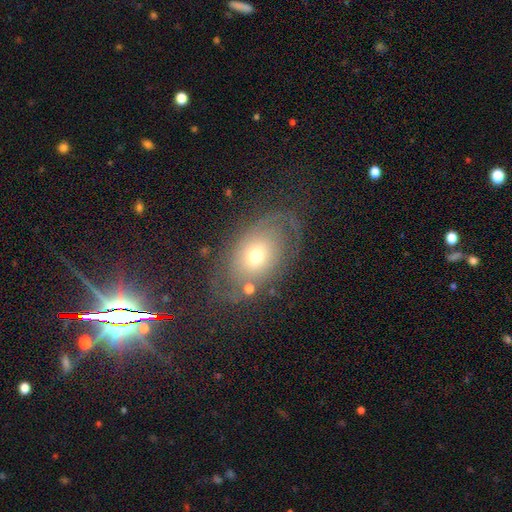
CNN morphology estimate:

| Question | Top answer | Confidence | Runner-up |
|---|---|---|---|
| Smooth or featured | featured or disk | 52% | smooth (36%) |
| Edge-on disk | no | 92% | yes (8%) |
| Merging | none | 66% | minor disturbance (17%) |